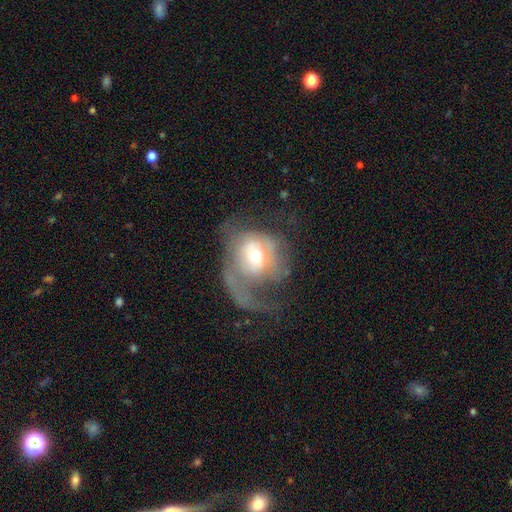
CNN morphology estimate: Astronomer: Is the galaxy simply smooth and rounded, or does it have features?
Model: featured or disk — 57% (runner-up: smooth, 35%).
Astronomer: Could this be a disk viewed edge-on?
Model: no — 96%.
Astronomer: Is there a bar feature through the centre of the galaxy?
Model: no — 65%.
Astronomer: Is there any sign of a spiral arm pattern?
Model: yes — 56% (runner-up: no, 44%).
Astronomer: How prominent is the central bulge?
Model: moderate — 65%.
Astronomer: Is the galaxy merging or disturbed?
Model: major disturbance — 62%.